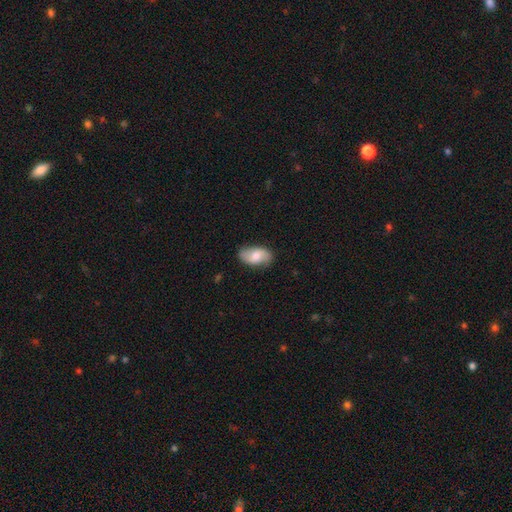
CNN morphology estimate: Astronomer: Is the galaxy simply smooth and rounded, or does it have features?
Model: smooth — 56% (runner-up: featured or disk, 37%).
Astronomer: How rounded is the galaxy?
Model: in between — 93%.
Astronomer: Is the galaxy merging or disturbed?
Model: none — 79%.